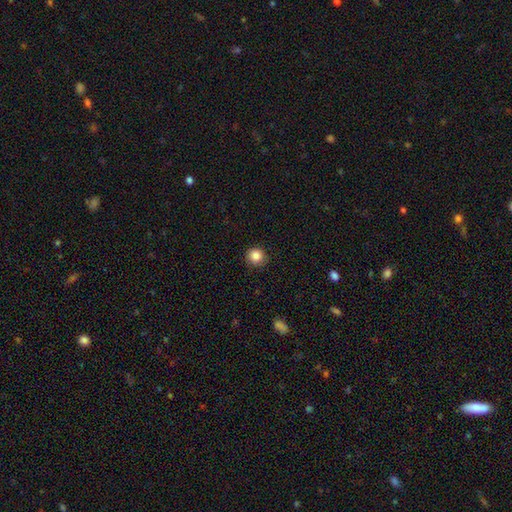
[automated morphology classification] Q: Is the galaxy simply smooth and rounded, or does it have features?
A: smooth — 86%.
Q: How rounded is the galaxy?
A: round — 93%.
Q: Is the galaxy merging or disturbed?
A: none — 87%.